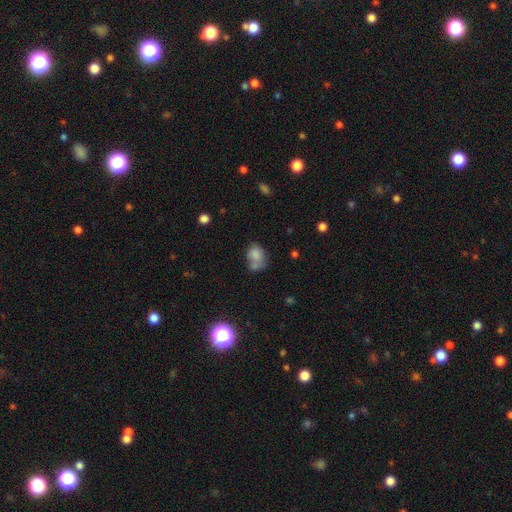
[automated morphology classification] This is likely a smooth galaxy (76%). How rounded: likely in between (63%). Merging: marginally merger (36%).